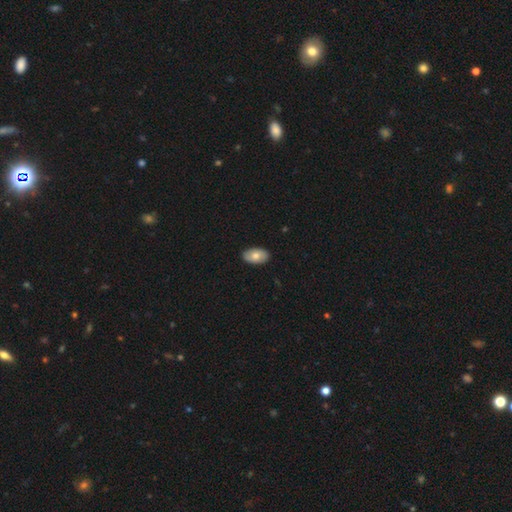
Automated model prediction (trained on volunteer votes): Morphology: type=smooth (76%); roundness=in between (94%); merging=none (89%).